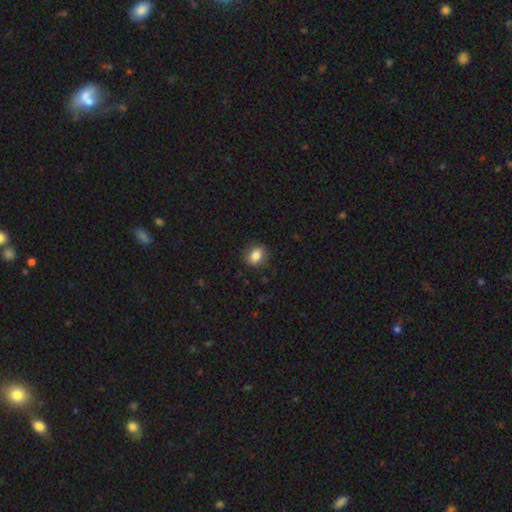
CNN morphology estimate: smooth_or_featured: smooth (p=0.83) [alt: star or artifact p=0.10]
how_rounded: in between (p=0.50) [alt: round p=0.48]
merging: none (p=0.84) [alt: minor disturbance p=0.12]